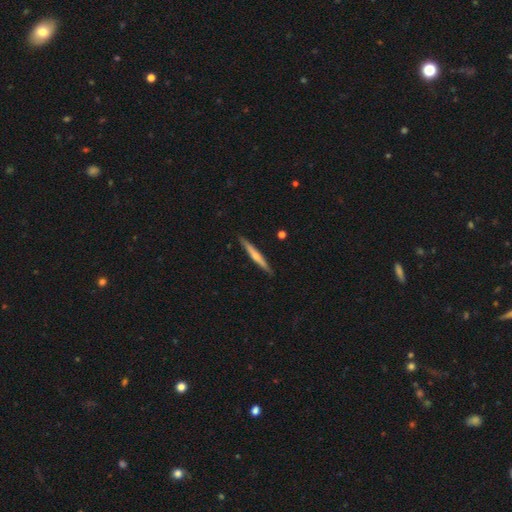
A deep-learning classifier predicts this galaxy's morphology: smooth-or-featured: featured or disk: 48% | smooth: 47% | star or artifact: 5%
  merging: none: 89% | minor disturbance: 8% | major disturbance: 1% | merger: 1%